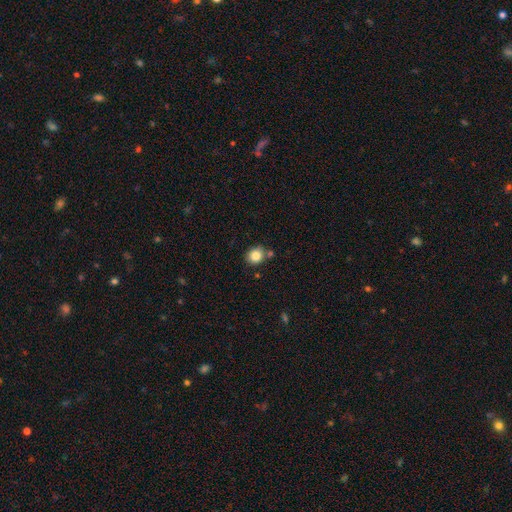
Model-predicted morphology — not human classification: A smooth galaxy with no disk features (84%) that is round (77%).

Vote fractions:
- Smooth or featured? smooth: 84% / star or artifact: 10% / featured or disk: 6%
- How rounded? round: 77% / in between: 22% / cigar-shaped: 1%
- Merging? none: 74% / minor disturbance: 12% / merger: 10% / major disturbance: 3%